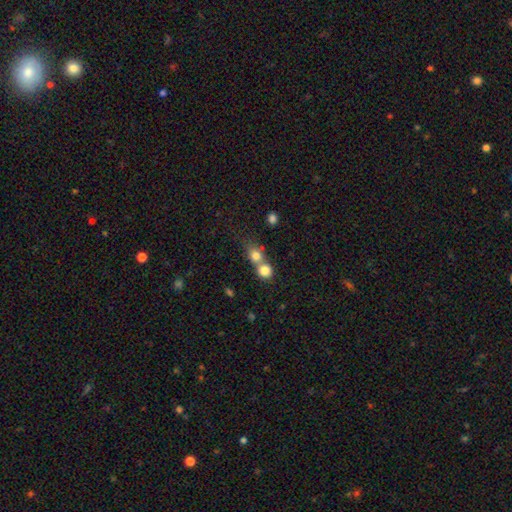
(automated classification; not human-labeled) smooth_or_featured: smooth (p=0.78) [alt: star or artifact p=0.11]
how_rounded: round (p=0.74) [alt: in between p=0.24]
merging: merger (p=0.60) [alt: none p=0.31]